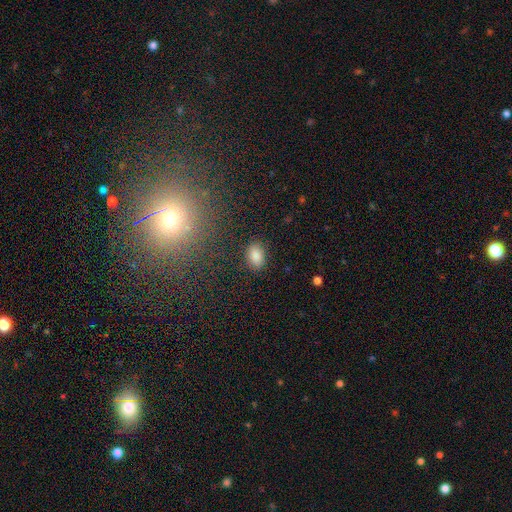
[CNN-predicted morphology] A smooth galaxy with no disk features (86%) that is in between round and cigar-shaped (88%). Merging: none (86%).